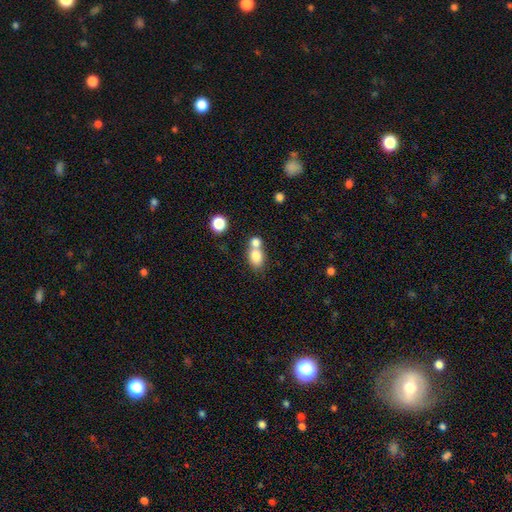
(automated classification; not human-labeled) Morphology: type=smooth (79%); roundness=in between (62%); merging=merger (53%).